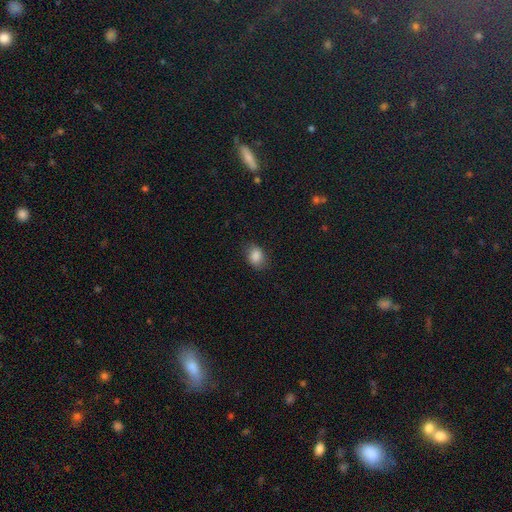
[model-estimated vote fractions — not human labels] Smooth or featured? smooth (85%)
How rounded? in between (70%)
Merging? none (78%)